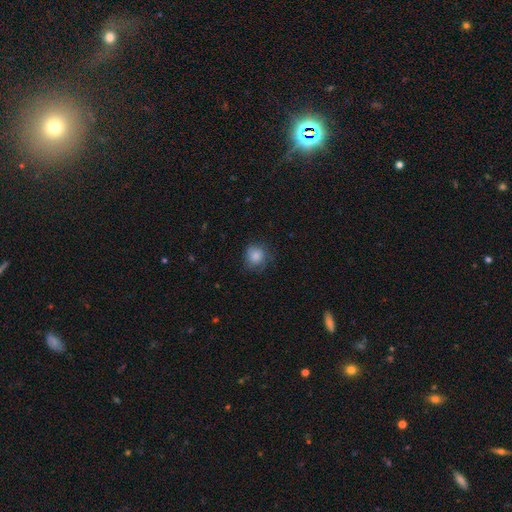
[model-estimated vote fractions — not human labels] Q: Smooth or featured?
A: smooth (82%); runner-up: featured or disk (10%)
Q: How rounded?
A: round (84%); runner-up: in between (15%)
Q: Merging?
A: none (69%); runner-up: minor disturbance (22%)